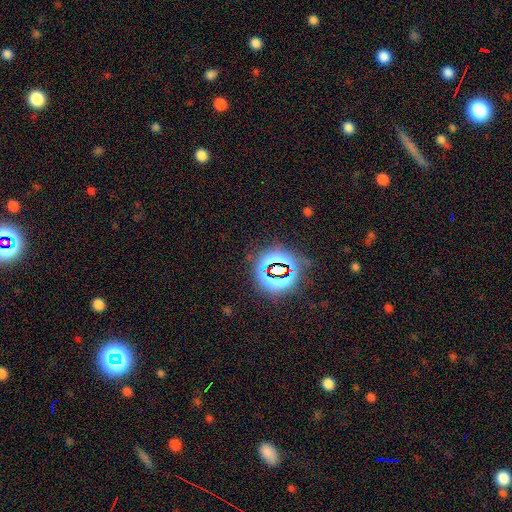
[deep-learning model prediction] This is clearly a star or artifact rather than a galaxy (82%).